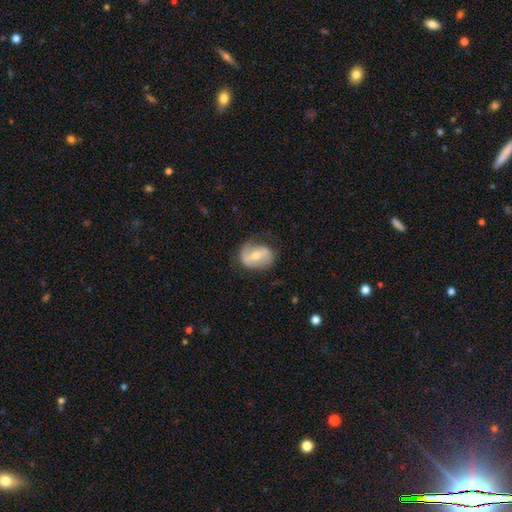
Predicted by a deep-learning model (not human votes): Smooth or featured? featured or disk (50%)
Merging? none (66%)